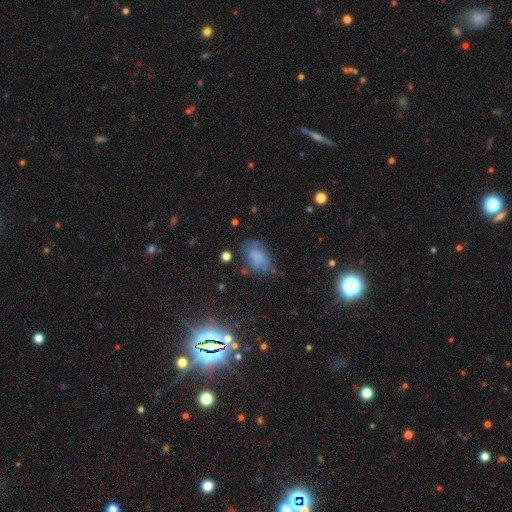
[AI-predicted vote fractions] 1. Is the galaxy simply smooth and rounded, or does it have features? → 58% smooth, 27% featured or disk, 15% star or artifact.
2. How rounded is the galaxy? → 83% in between, 15% round, 2% cigar-shaped.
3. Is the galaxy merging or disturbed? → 51% none, 29% minor disturbance, 16% major disturbance, 4% merger.